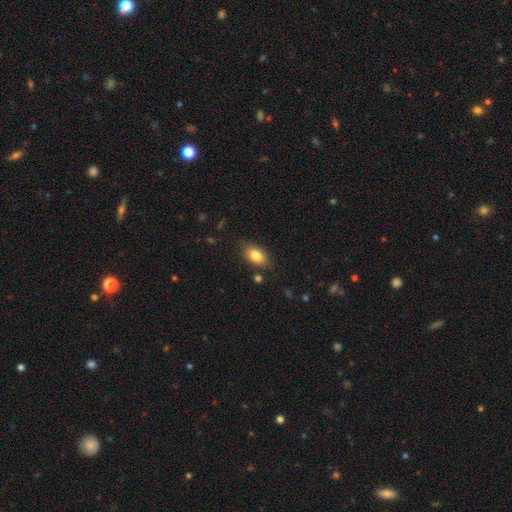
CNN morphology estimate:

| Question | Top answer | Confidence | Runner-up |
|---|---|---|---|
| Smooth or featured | smooth | 82% | featured or disk (9%) |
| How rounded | in between | 87% | round (10%) |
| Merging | none | 80% | minor disturbance (14%) |